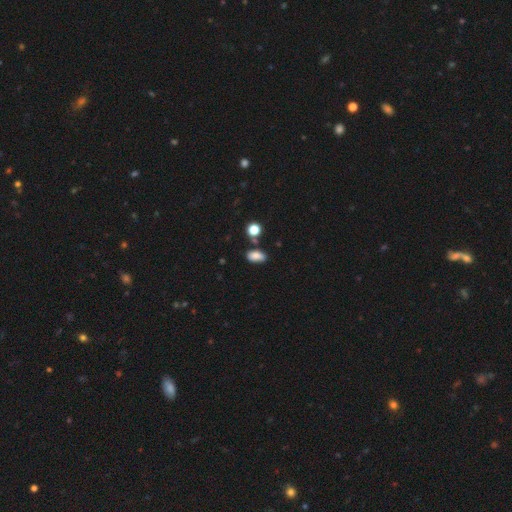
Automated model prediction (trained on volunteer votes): A smooth galaxy with no disk features (81%) that is in between round and cigar-shaped (87%). Merging: none (67%).